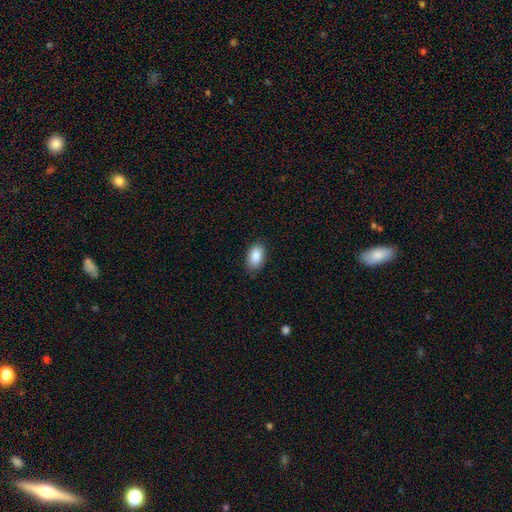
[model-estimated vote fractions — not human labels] smooth 87%, star or artifact 7%, featured or disk 6%. Down the decision tree: how rounded — in between (92%); merging — none (85%).